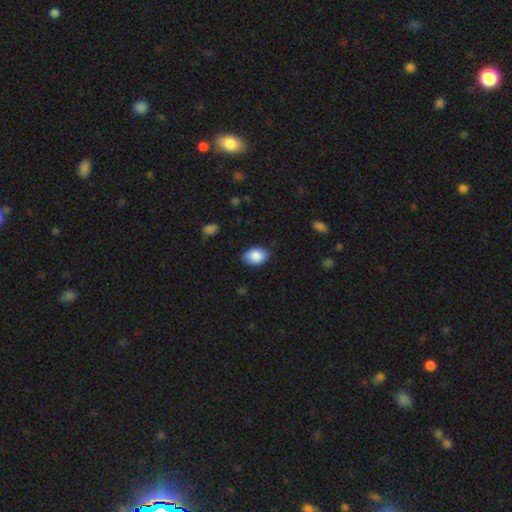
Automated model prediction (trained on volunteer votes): Smooth or featured? Predicted: smooth (p=0.88). How rounded? Predicted: in between (p=0.86). Merging? Predicted: none (p=0.83).